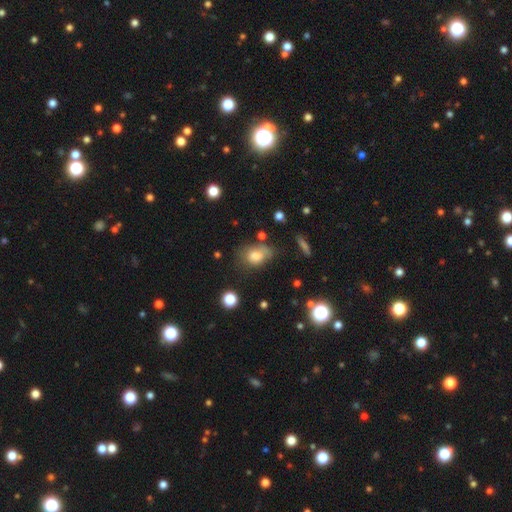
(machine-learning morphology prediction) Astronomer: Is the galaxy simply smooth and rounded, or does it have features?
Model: smooth — 74%.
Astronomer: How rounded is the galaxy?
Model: in between — 70%.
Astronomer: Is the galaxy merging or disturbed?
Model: none — 46% (runner-up: minor disturbance, 30%).